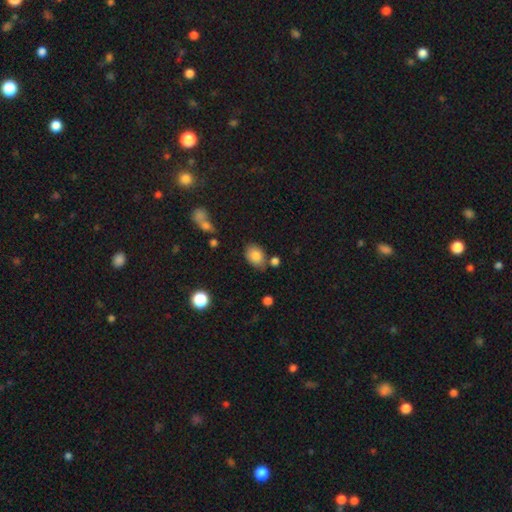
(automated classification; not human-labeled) Smooth or featured?
  - smooth: 83% *
  - star or artifact: 9%
  - featured or disk: 8%
How rounded?
  - in between: 73% *
  - round: 26%
  - cigar-shaped: 1%
Merging?
  - none: 70% *
  - minor disturbance: 18%
  - merger: 8%
  - major disturbance: 4%